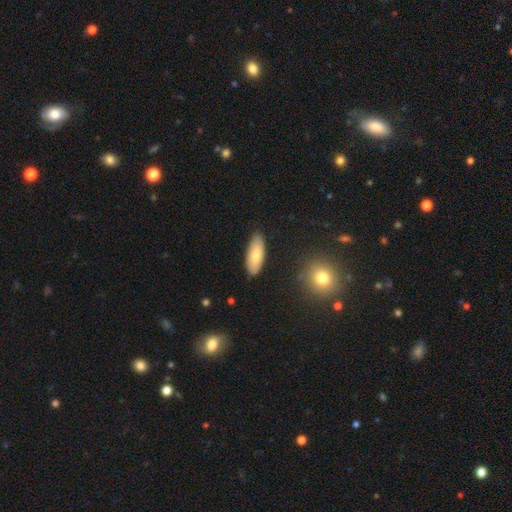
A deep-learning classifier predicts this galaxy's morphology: Smooth or featured? smooth (71%)
How rounded? in between (75%)
Merging? none (84%)